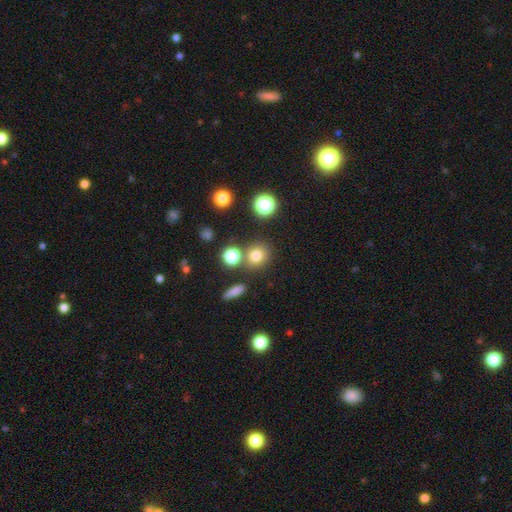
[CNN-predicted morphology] Smooth or featured: smooth — 76% (star or artifact — 16%)
How rounded: round — 80% (in between — 19%)
Merging: none — 72% (merger — 15%)